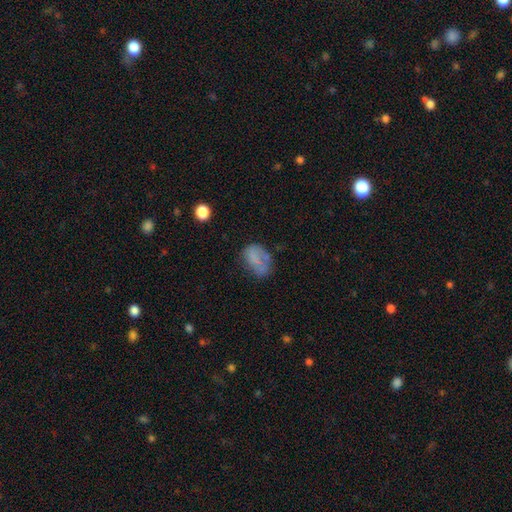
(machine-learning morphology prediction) Q: Smooth or featured?
A: smooth (65%); runner-up: featured or disk (23%)
Q: How rounded?
A: in between (82%); runner-up: round (16%)
Q: Merging?
A: none (50%); runner-up: minor disturbance (27%)